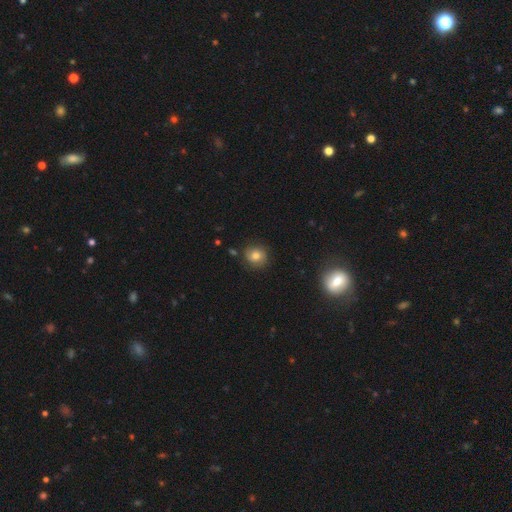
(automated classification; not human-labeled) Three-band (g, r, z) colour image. It shows a smooth galaxy with no disk features (69%) that is round (82%). Merging: none (79%).